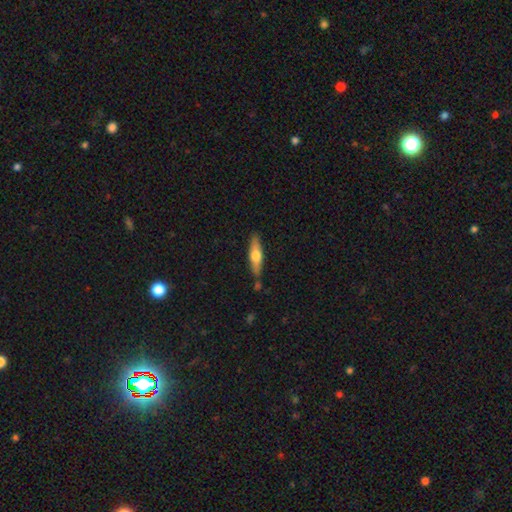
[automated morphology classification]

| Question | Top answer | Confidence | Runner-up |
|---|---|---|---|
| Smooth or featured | featured or disk | 48% | smooth (47%) |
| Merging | none | 80% | minor disturbance (13%) |